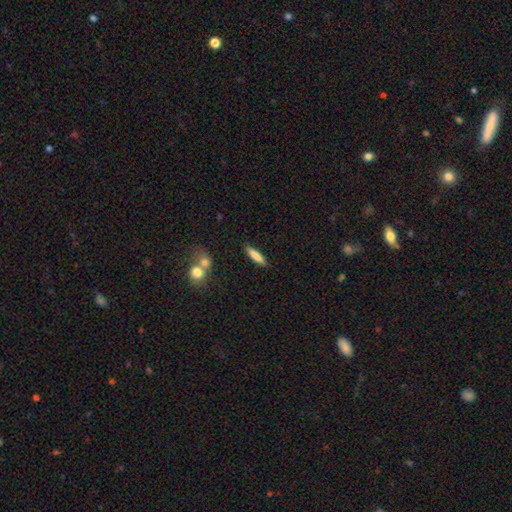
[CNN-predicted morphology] The model was most divided on "how rounded": cigar-shaped: 78%, in between: 20%, round: 2%. More confident: merging — none (84%); smooth or featured — smooth (81%).